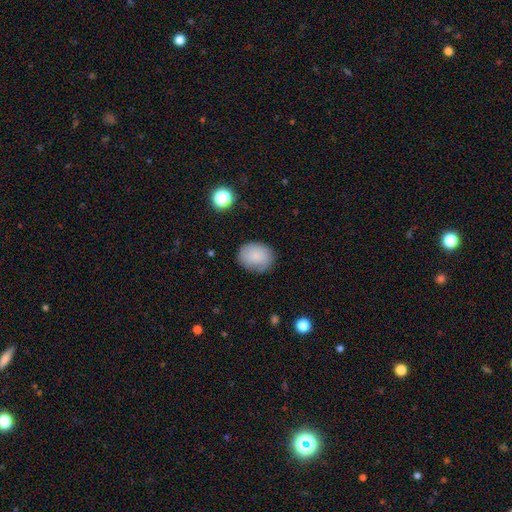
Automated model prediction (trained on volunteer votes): Smooth or featured? Predicted: smooth (p=0.84). How rounded? Predicted: round (p=0.53). Merging? Predicted: none (p=0.77).